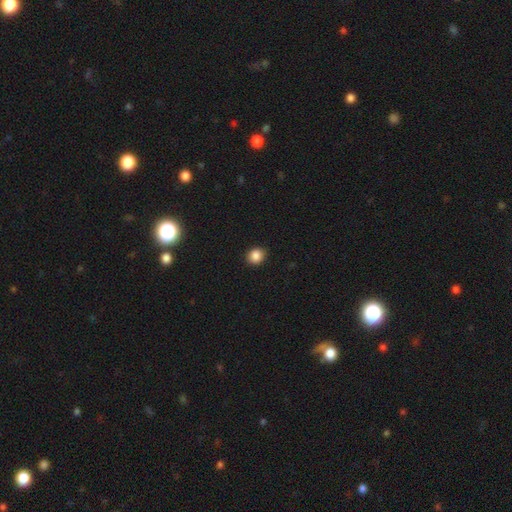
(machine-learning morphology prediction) smooth_or_featured: smooth (p=0.87) [alt: star or artifact p=0.10]
how_rounded: round (p=0.71) [alt: in between p=0.28]
merging: none (p=0.90) [alt: minor disturbance p=0.07]